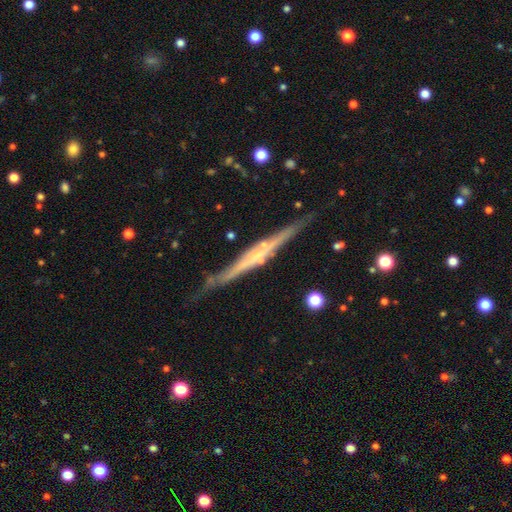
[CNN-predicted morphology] Smooth or featured: featured or disk — 78% (smooth — 15%)
Edge-on disk: yes — 97% (no — 3%)
Edge-on bulge: rounded — 49% (none — 31%)
Merging: none — 82% (minor disturbance — 12%)